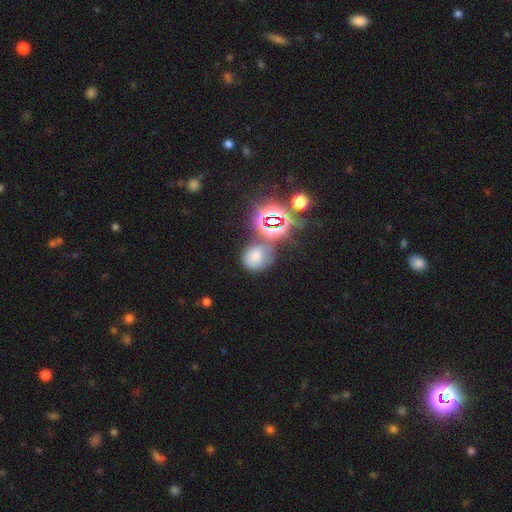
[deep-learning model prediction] Smooth or featured: smooth — 48% (star or artifact — 39%)
Merging: none — 62% (minor disturbance — 16%)